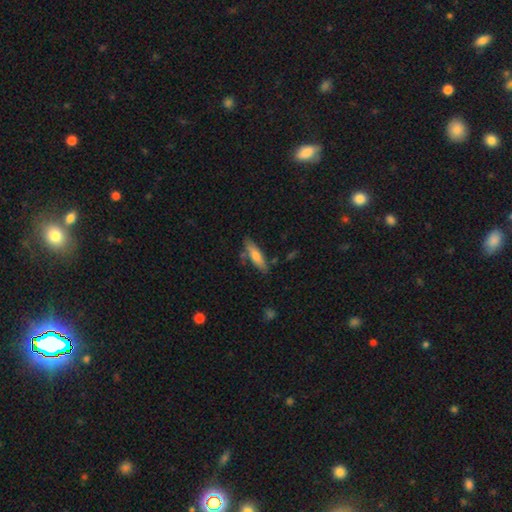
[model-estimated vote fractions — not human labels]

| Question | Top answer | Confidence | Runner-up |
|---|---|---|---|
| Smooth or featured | smooth | 66% | featured or disk (28%) |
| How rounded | cigar-shaped | 68% | in between (30%) |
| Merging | none | 72% | minor disturbance (17%) |